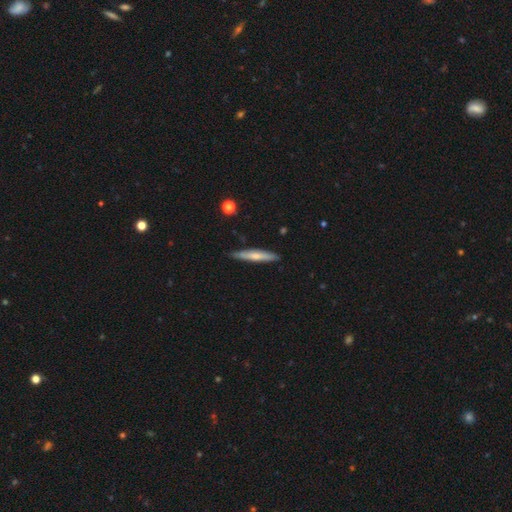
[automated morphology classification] This appears to be a smooth galaxy with no disk features (56%) that is cigar-shaped (93%). Merging: none (86%).